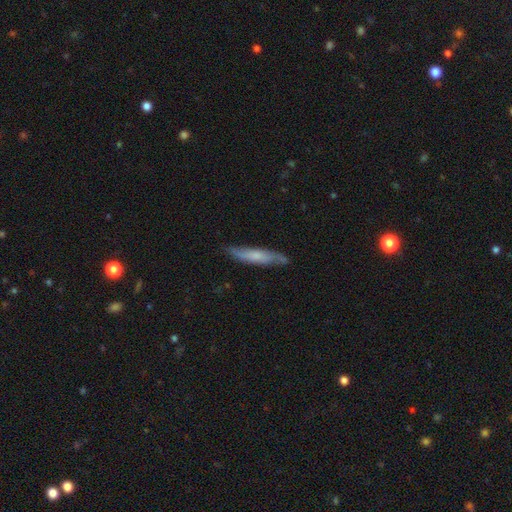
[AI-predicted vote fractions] Q: Smooth or featured?
A: smooth (51%); runner-up: featured or disk (43%)
Q: How rounded?
A: cigar-shaped (90%); runner-up: in between (9%)
Q: Merging?
A: none (77%); runner-up: minor disturbance (18%)